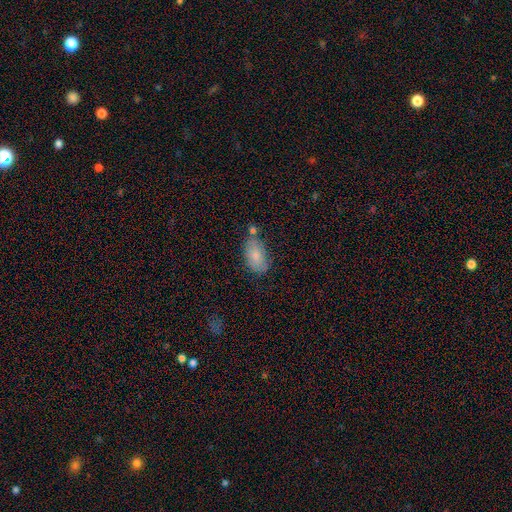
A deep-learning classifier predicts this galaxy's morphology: smooth_or_featured: smooth (p=0.79) [alt: featured or disk p=0.13]
how_rounded: in between (p=0.92) [alt: round p=0.05]
merging: none (p=0.62) [alt: minor disturbance p=0.21]